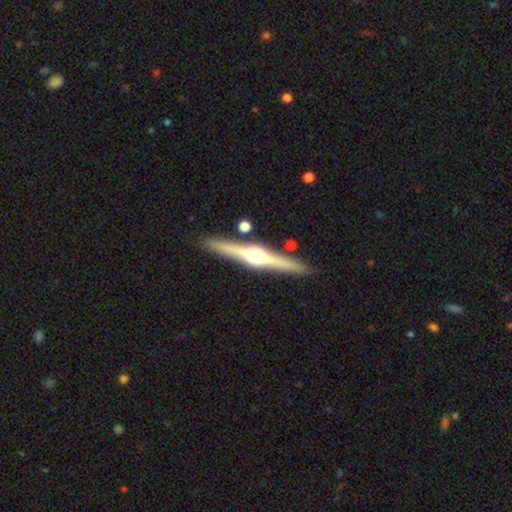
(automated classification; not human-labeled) smooth_or_featured: featured or disk (p=0.79) [alt: smooth p=0.16]
disk_edge_on: yes (p=0.98) [alt: no p=0.02]
edge_on_bulge: rounded (p=0.95) [alt: boxy p=0.03]
merging: none (p=0.88) [alt: minor disturbance p=0.07]